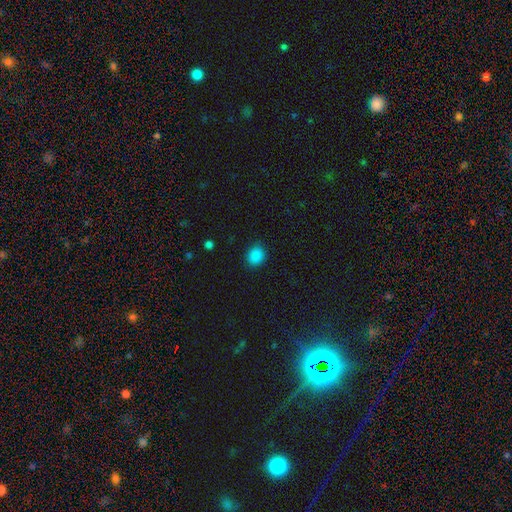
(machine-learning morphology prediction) The model was most divided on "how rounded": round: 65%, in between: 35%, cigar-shaped: 1%. More confident: merging — none (87%); smooth or featured — smooth (87%).